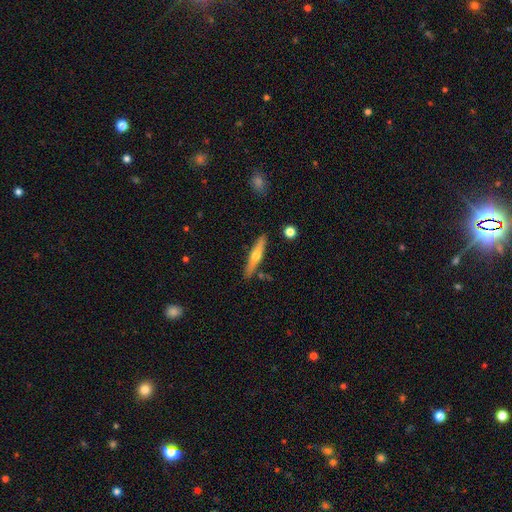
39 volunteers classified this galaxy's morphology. Smooth or featured? featured or disk (56%)
Edge-on disk? yes (100%)
Edge-on bulge? rounded (100%)
Merging? none (89%)